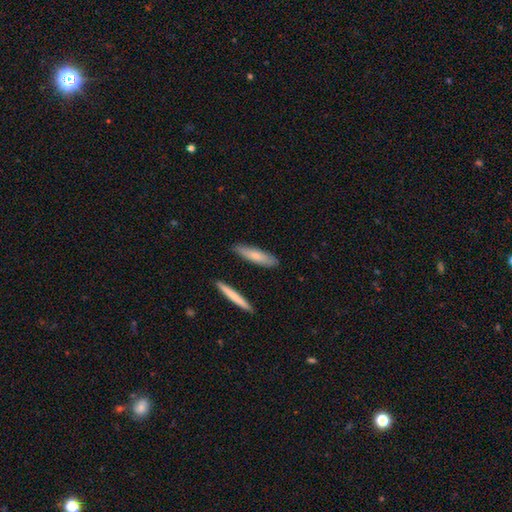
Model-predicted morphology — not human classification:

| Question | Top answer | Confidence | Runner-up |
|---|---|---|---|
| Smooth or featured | smooth | 67% | featured or disk (28%) |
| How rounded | cigar-shaped | 76% | in between (22%) |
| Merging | none | 84% | minor disturbance (11%) |